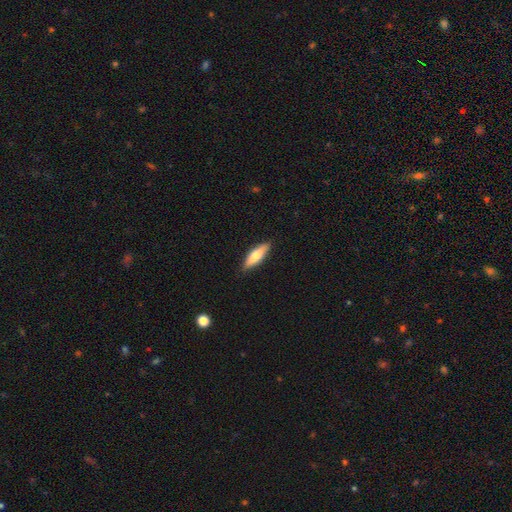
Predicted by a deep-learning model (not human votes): A smooth galaxy with no disk features (63%) that is cigar-shaped (56%).

Vote fractions:
- Smooth or featured? smooth: 63% / featured or disk: 31% / star or artifact: 6%
- How rounded? cigar-shaped: 56% / in between: 42% / round: 2%
- Merging? none: 88% / minor disturbance: 9% / major disturbance: 2% / merger: 1%